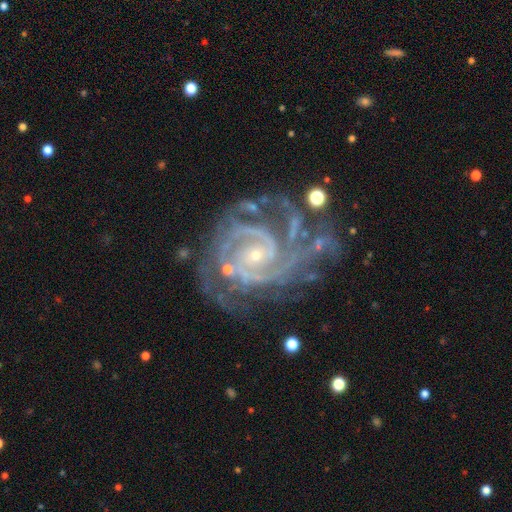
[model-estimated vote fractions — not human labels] A featured or disk galaxy (93%) with no bar (62%), 2 (46%) tight (67%) spiral arms (99%) and a small central bulge (83%). Merging: none (59%).